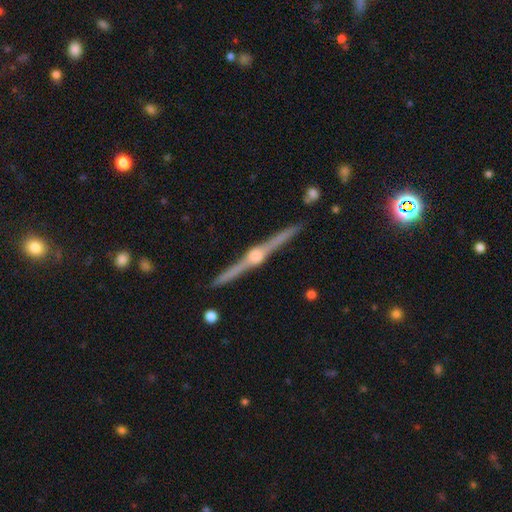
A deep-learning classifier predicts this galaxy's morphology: type=featured or disk (89%); edge-on=yes (99%); edge-on bulge=rounded (92%); merging=none (91%).